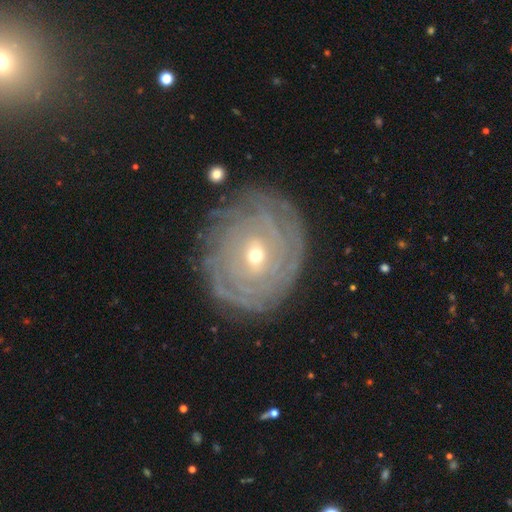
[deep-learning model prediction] Smooth or featured? featured or disk (81%)
Edge-on disk? no (96%)
Bar? no (63%)
Spiral arms? yes (87%)
Spiral winding? tight (85%)
Spiral arm count? can't tell (46%)
Bulge size? small (63%)
Merging? none (77%)